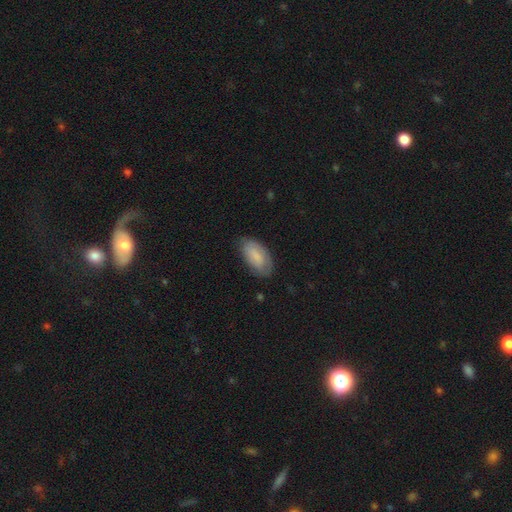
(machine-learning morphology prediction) This is likely a smooth galaxy (77%). How rounded: clearly in between (93%). Merging: likely none (72%).